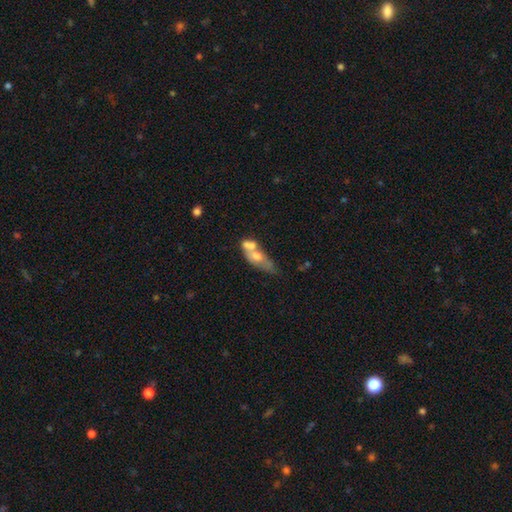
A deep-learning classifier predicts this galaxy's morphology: Overall: smooth (50%; featured or disk 41%). Merging: merger (51%; none 21%).